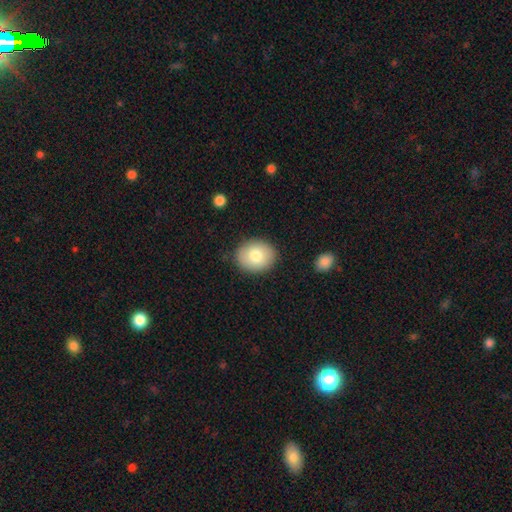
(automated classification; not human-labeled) Smooth or featured? smooth (79%)
How rounded? round (56%)
Merging? none (88%)